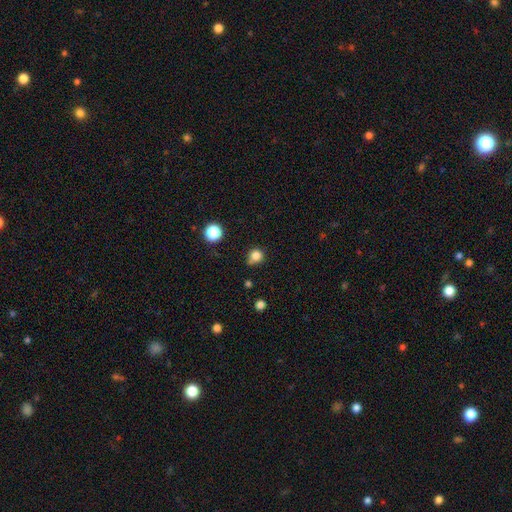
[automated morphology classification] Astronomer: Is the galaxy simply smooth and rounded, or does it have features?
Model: smooth — 81%.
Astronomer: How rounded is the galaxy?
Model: round — 87%.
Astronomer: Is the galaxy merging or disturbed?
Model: none — 63%.